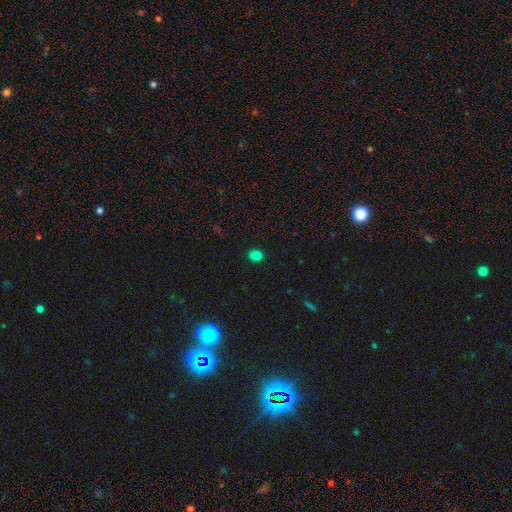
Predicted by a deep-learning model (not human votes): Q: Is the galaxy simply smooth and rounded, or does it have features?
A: smooth — 82%.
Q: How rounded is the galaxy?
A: round — 63%.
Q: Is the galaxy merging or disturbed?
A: none — 90%.